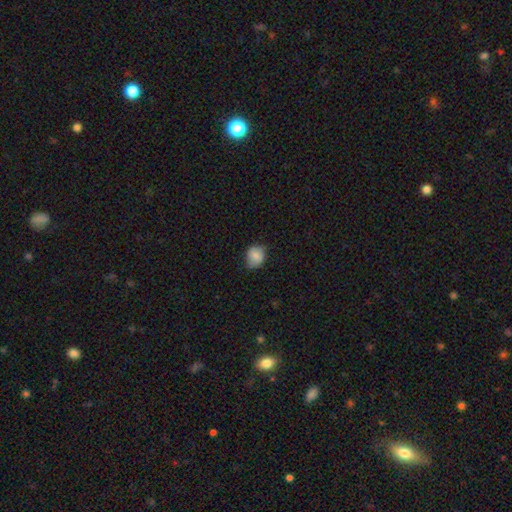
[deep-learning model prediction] A smooth galaxy with no disk features (81%) that is round (59%).

Vote fractions:
- Smooth or featured? smooth: 81% / featured or disk: 11% / star or artifact: 8%
- How rounded? round: 59% / in between: 40% / cigar-shaped: 1%
- Merging? none: 66% / minor disturbance: 27% / major disturbance: 5% / merger: 1%